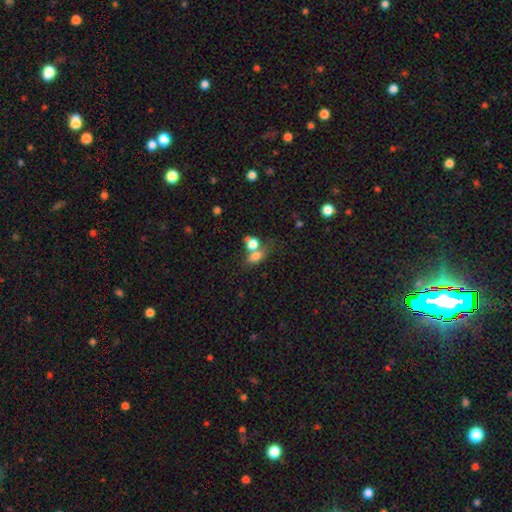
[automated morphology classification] This is likely a smooth galaxy (75%). How rounded: likely in between (71%). Merging: possibly merger (48%).